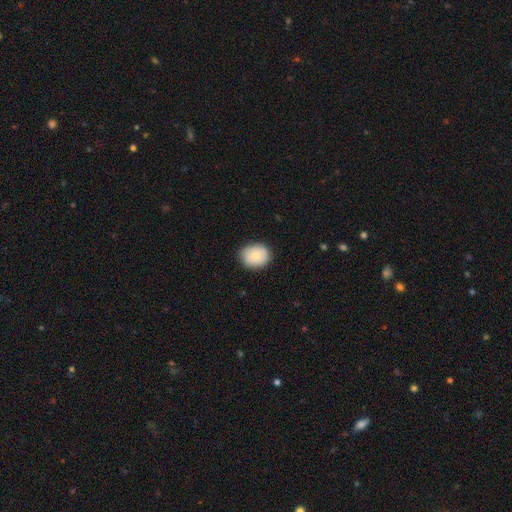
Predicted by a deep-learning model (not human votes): Q: Smooth or featured?
A: smooth (78%); runner-up: featured or disk (15%)
Q: How rounded?
A: round (59%); runner-up: in between (40%)
Q: Merging?
A: none (84%); runner-up: minor disturbance (13%)